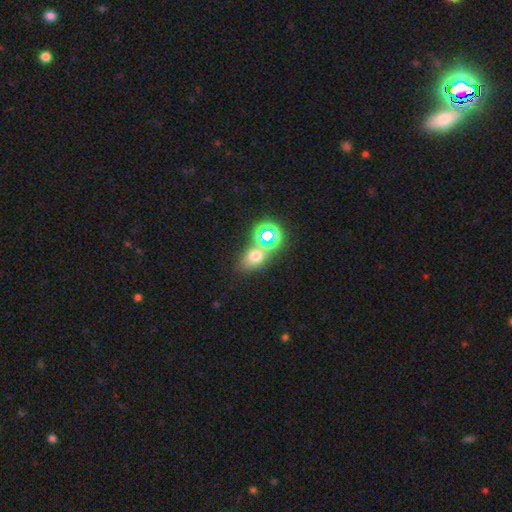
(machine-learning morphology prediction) The model was most divided on "how rounded": in between: 62%, round: 36%, cigar-shaped: 2%. More confident: merging — none (62%); smooth or featured — smooth (58%).